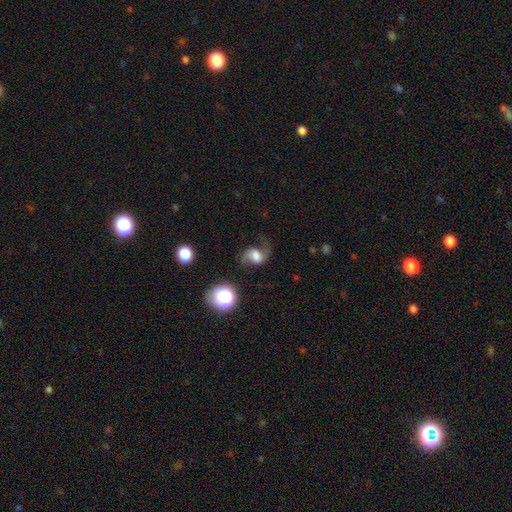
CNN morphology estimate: smooth_or_featured: featured or disk (p=0.62) [alt: smooth p=0.26]
disk_edge_on: no (p=0.97) [alt: yes p=0.03]
bar: weak (p=0.43) [tied with: no p=0.43]
has_spiral_arms: yes (p=0.92) [alt: no p=0.08]
spiral_winding: loose (p=0.69) [alt: medium p=0.26]
spiral_arm_count: 2 (p=0.81) [alt: 1 p=0.13]
bulge_size: large (p=0.34) [alt: moderate p=0.31]
merging: none (p=0.53) [alt: major disturbance p=0.24]